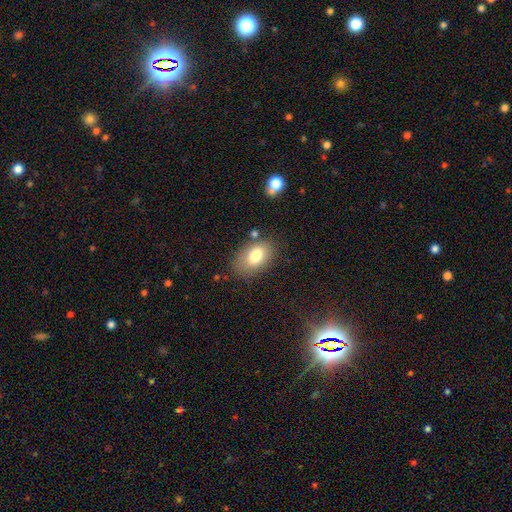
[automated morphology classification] The model was most divided on "merging": none: 75%, minor disturbance: 16%, major disturbance: 5%, merger: 5%. More confident: how rounded — in between (90%); smooth or featured — smooth (77%).